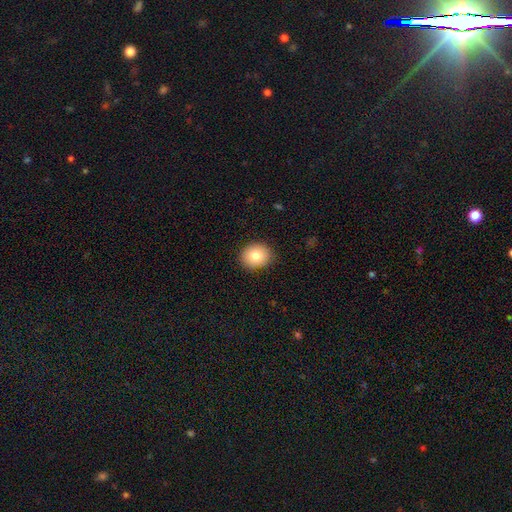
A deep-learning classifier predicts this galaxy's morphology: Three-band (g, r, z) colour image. It shows a smooth galaxy with no disk features (81%) that is round (67%). Merging: none (89%).